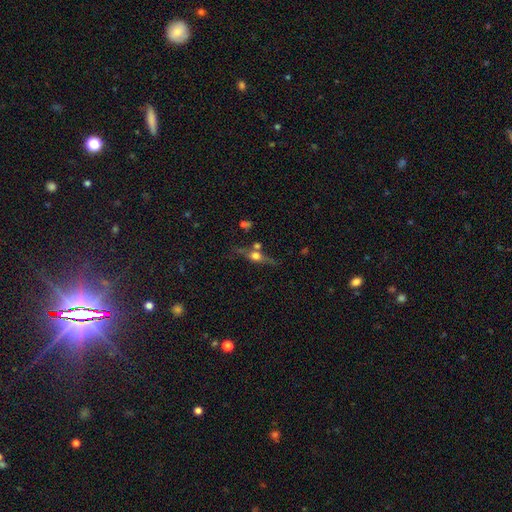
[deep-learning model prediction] Smooth or featured: featured or disk — 60% (smooth — 29%)
Edge-on disk: yes — 87% (no — 13%)
Edge-on bulge: rounded — 94% (boxy — 4%)
Merging: none — 62% (merger — 17%)